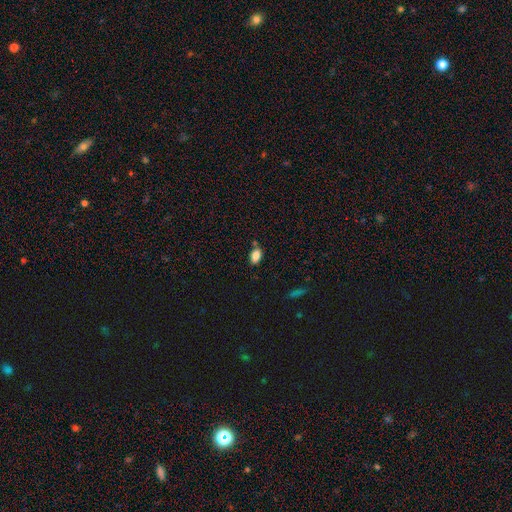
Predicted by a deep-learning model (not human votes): This appears to be a smooth galaxy with no disk features (84%) that is in between round and cigar-shaped (89%). Merging: none (72%).